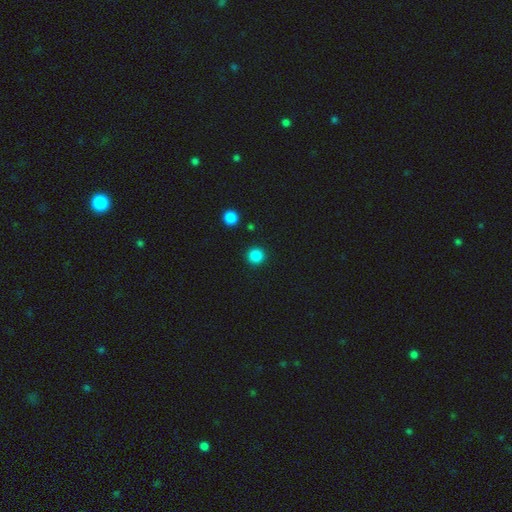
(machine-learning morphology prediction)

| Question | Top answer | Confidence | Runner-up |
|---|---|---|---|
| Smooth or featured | smooth | 86% | star or artifact (11%) |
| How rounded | round | 95% | in between (4%) |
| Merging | none | 92% | minor disturbance (5%) |